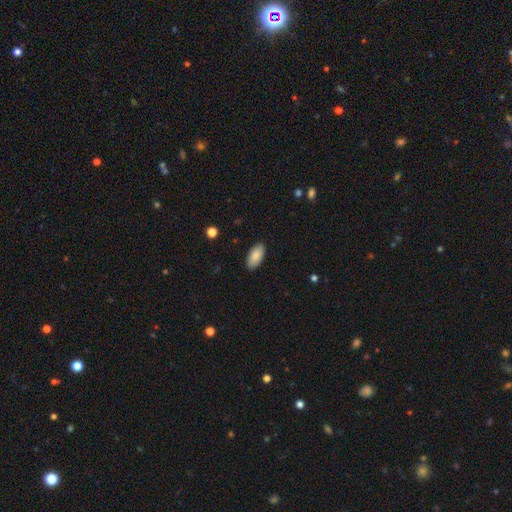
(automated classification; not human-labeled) smooth_or_featured: smooth (p=0.88) [alt: featured or disk p=0.06]
how_rounded: in between (p=0.94) [alt: cigar-shaped p=0.05]
merging: none (p=0.89) [alt: minor disturbance p=0.08]